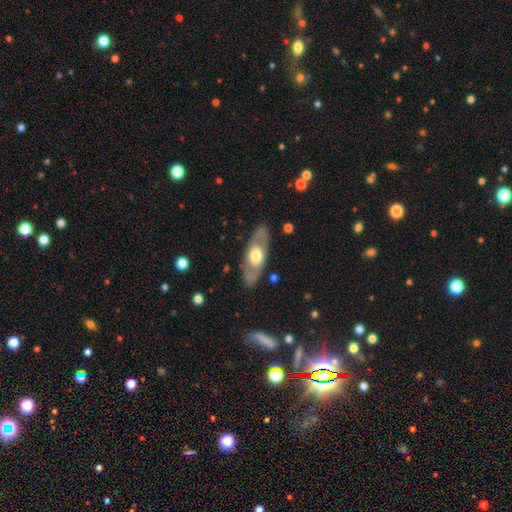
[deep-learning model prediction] The model was most divided on "smooth or featured": featured or disk: 53%, smooth: 42%, star or artifact: 5%. More confident: merging — none (85%); edge-on disk — no (73%).